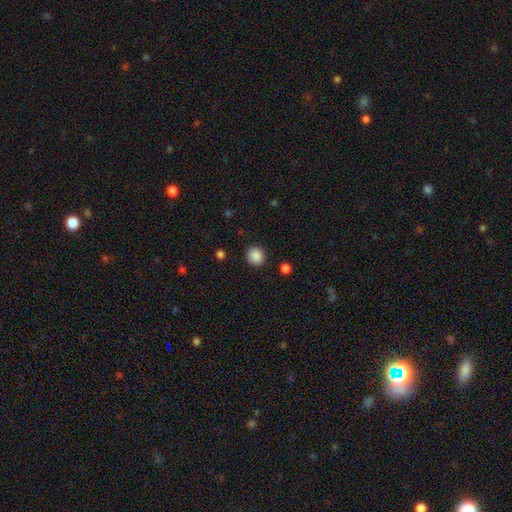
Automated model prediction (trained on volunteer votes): The model was most divided on "smooth or featured": smooth: 88%, star or artifact: 9%, featured or disk: 3%. More confident: how rounded — round (90%); merging — none (90%).